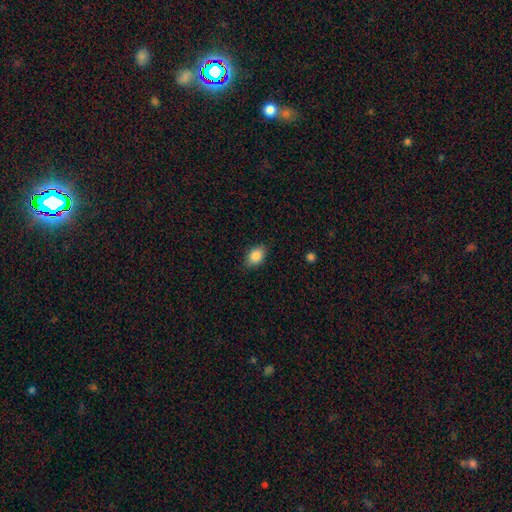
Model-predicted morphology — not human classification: smooth-or-featured: smooth: 86% | star or artifact: 8% | featured or disk: 6%
  how-rounded: in between: 82% | round: 16% | cigar-shaped: 2%
  merging: none: 82% | minor disturbance: 14% | major disturbance: 3% | merger: 1%